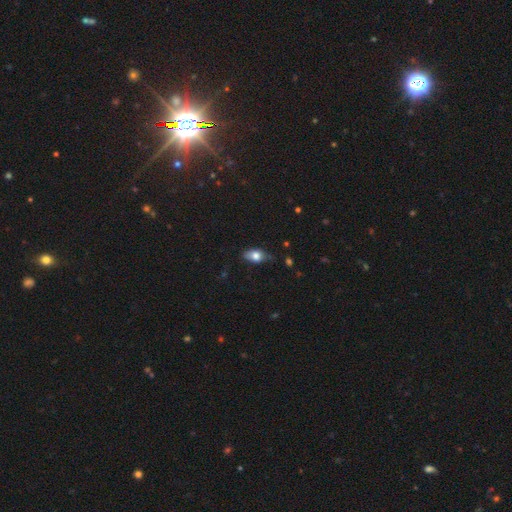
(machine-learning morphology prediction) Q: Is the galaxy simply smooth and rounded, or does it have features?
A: smooth — 72%.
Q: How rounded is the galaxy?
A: in between — 83%.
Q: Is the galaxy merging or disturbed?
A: none — 62%.